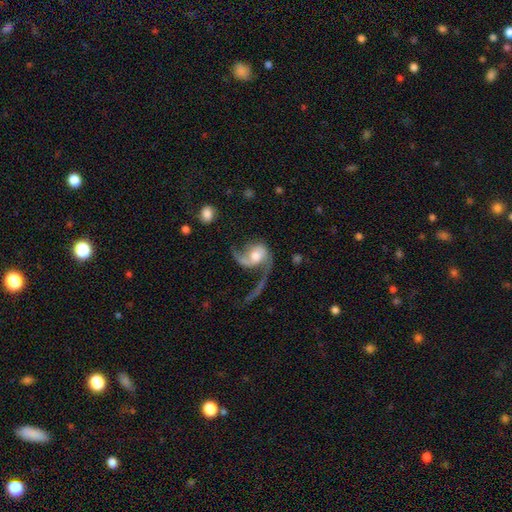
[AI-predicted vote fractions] This is clearly a featured or disk galaxy (80%). It is clearly not viewed edge-on (98%). Bar: possibly no (59%). Spiral arm pattern: clearly yes (93%). Spiral arm count: likely 2 (67%). Spiral winding: likely loose (71%). Central bulge: possibly moderate (57%). Merging: possibly major disturbance (46%).